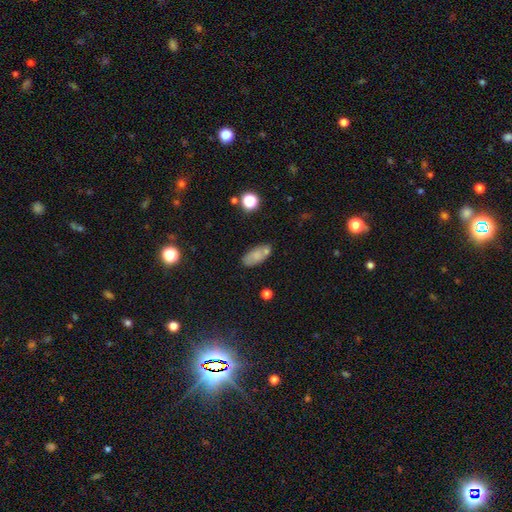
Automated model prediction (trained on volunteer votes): smooth-or-featured: smooth: 75% | featured or disk: 15% | star or artifact: 10%
  how-rounded: in between: 87% | cigar-shaped: 8% | round: 4%
  merging: none: 60% | minor disturbance: 18% | merger: 16% | major disturbance: 6%